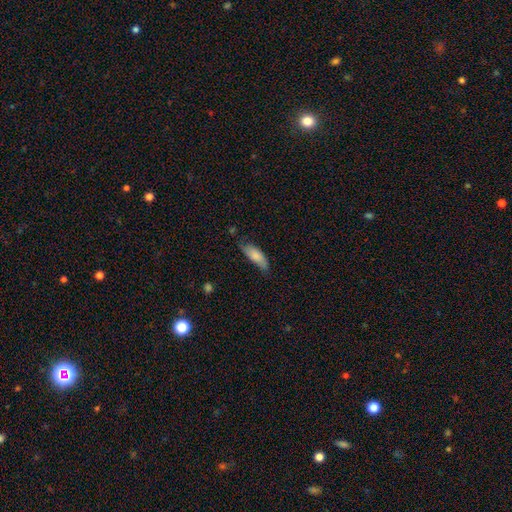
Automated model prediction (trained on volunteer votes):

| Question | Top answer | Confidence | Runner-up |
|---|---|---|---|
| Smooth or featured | smooth | 79% | featured or disk (15%) |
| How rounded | in between | 65% | cigar-shaped (33%) |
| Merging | none | 60% | minor disturbance (31%) |